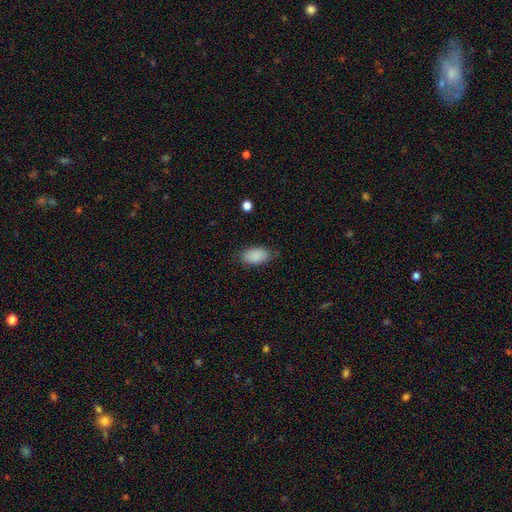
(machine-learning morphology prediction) A smooth galaxy with no disk features (89%) that is in between round and cigar-shaped (93%). Merging: none (81%).